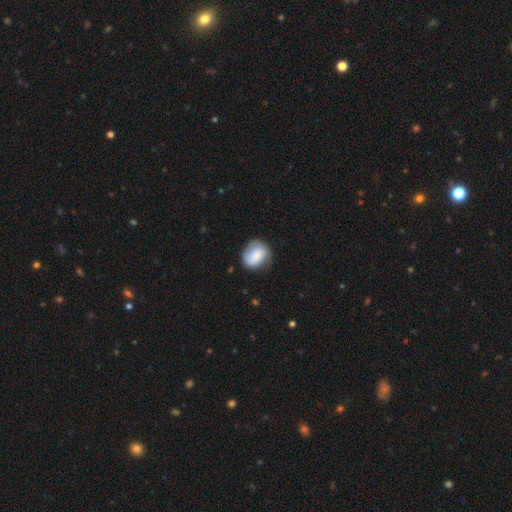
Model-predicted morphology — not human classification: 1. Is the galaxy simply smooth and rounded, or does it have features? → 74% smooth, 19% featured or disk, 7% star or artifact.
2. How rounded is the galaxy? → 64% round, 35% in between, 1% cigar-shaped.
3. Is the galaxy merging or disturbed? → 65% none, 26% minor disturbance, 8% major disturbance, 2% merger.